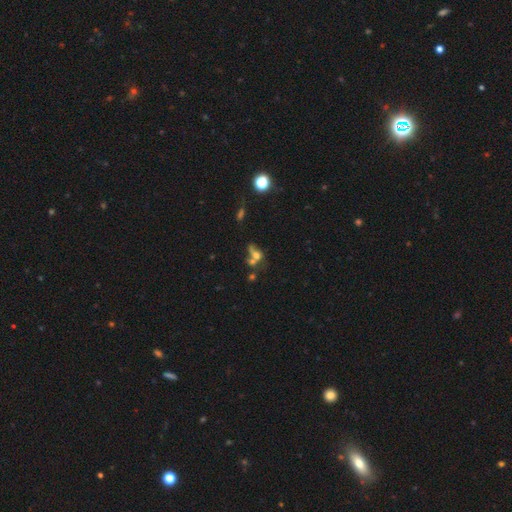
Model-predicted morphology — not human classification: Smooth or featured? Predicted: smooth (p=0.51). How rounded? Predicted: in between (p=0.57). Merging? Predicted: merger (p=0.52).